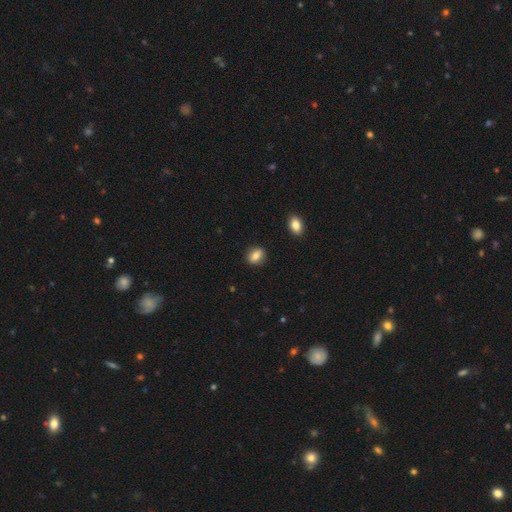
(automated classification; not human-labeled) Overall: smooth (79%). How rounded: in between (57%; round 41%). Merging: none (87%).